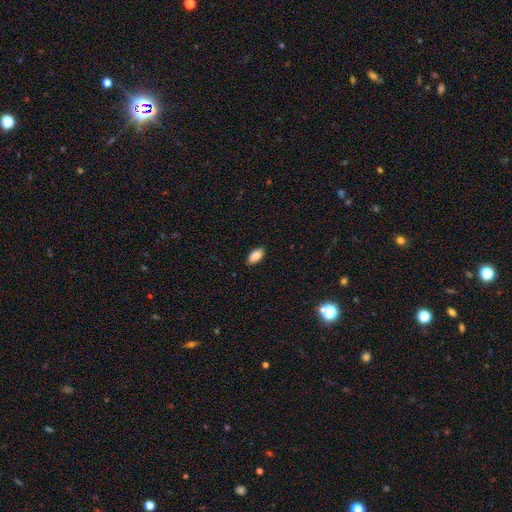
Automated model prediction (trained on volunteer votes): Smooth or featured: smooth — 88% (star or artifact — 7%)
How rounded: in between — 94% (round — 3%)
Merging: none — 85% (minor disturbance — 12%)